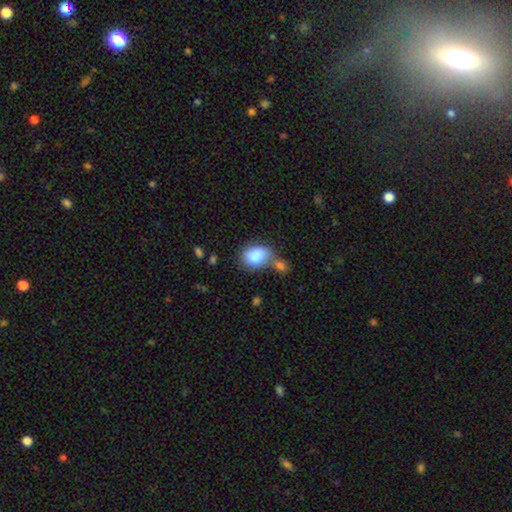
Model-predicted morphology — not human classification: Smooth or featured? Predicted: smooth (p=0.85). How rounded? Predicted: in between (p=0.73). Merging? Predicted: none (p=0.39).